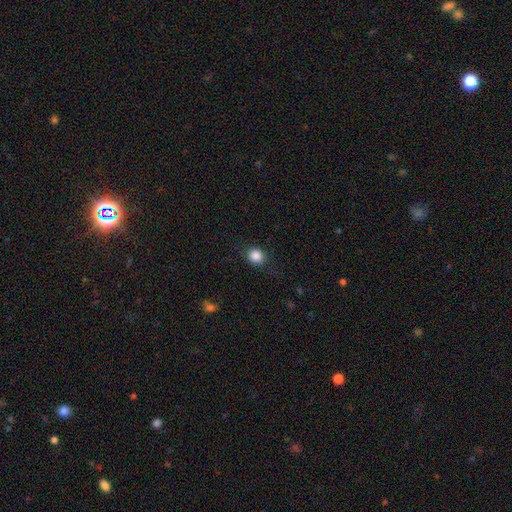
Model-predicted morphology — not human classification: This is clearly a smooth galaxy (86%). How rounded: likely round (79%). Merging: clearly none (86%).